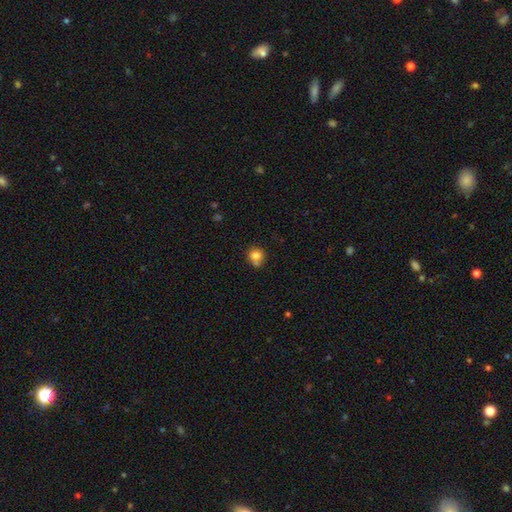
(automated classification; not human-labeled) A smooth galaxy with no disk features (80%) that is round (83%).

Vote fractions:
- Smooth or featured? smooth: 80% / star or artifact: 11% / featured or disk: 9%
- How rounded? round: 83% / in between: 16% / cigar-shaped: 1%
- Merging? none: 57% / minor disturbance: 20% / merger: 17% / major disturbance: 5%